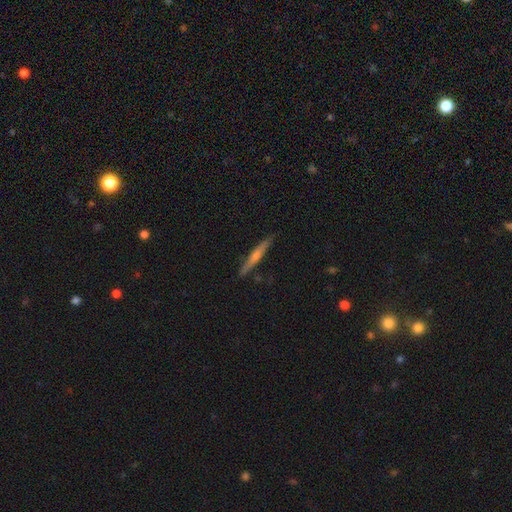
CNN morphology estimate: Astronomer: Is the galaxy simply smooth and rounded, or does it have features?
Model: featured or disk — 66%.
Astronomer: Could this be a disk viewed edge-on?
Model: yes — 97%.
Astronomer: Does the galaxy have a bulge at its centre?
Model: rounded — 69%.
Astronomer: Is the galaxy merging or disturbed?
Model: none — 90%.